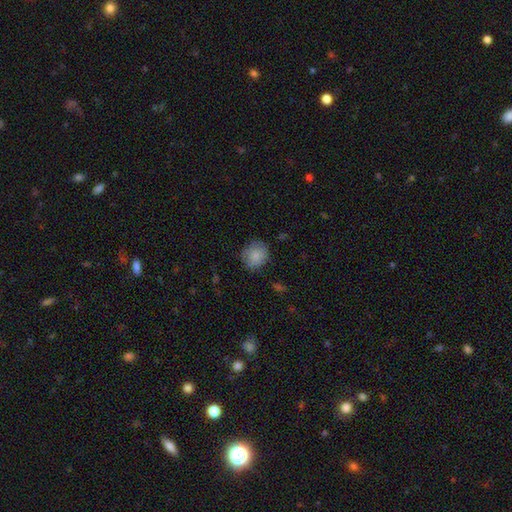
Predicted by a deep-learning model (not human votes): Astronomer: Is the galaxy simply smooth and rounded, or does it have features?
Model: smooth — 83%.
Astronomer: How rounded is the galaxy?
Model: round — 80%.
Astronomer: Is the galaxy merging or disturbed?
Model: none — 77%.